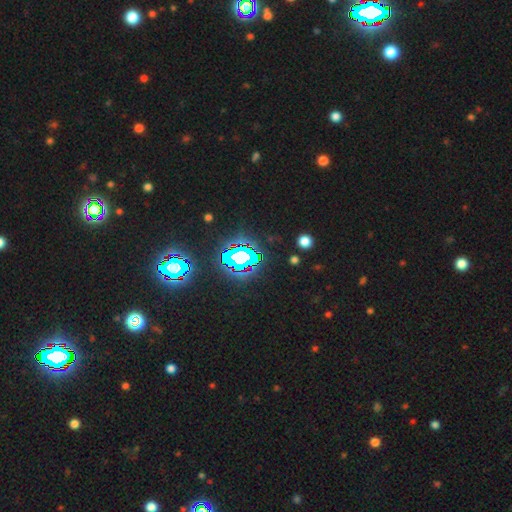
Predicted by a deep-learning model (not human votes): smooth-or-featured: star or artifact: 83% | smooth: 10% | featured or disk: 7%